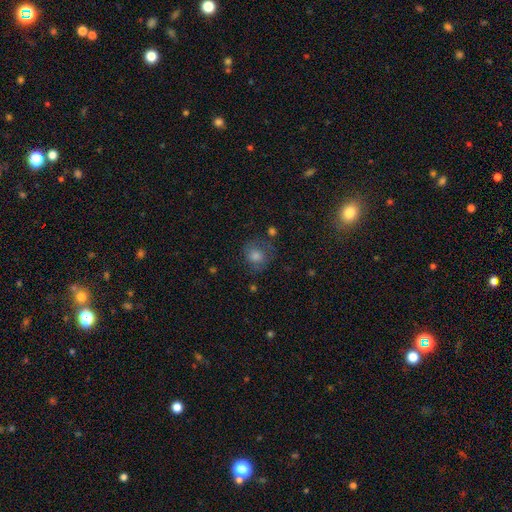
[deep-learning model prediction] Morphology: type=smooth (59%); roundness=round (79%); merging=none (66%).